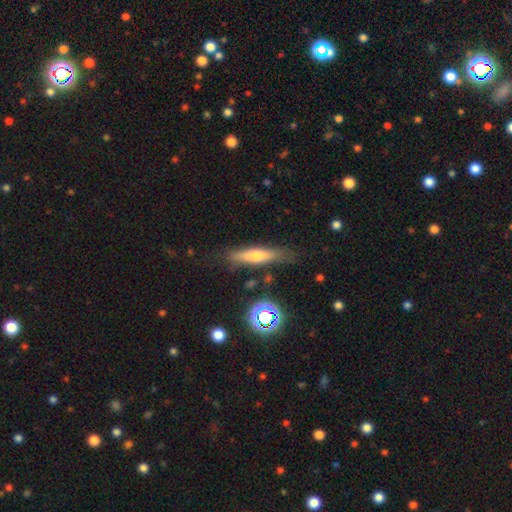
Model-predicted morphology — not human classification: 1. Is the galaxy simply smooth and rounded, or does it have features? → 54% smooth, 37% featured or disk, 9% star or artifact.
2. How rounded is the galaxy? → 81% cigar-shaped, 17% in between, 2% round.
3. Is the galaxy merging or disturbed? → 77% none, 15% minor disturbance, 5% major disturbance, 3% merger.